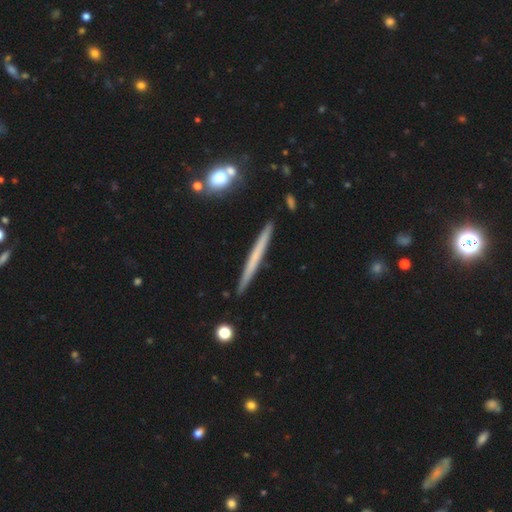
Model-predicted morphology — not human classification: Smooth or featured? Predicted: smooth (p=0.47). Merging? Predicted: none (p=0.90).